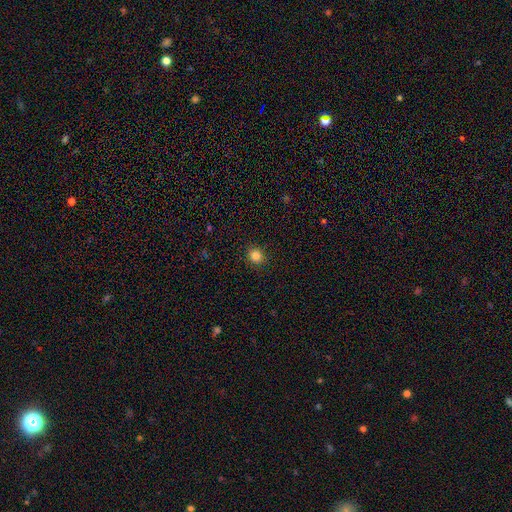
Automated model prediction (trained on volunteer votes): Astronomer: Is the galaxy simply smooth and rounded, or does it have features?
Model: smooth — 84%.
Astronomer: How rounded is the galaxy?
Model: round — 82%.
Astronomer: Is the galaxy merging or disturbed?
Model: none — 91%.